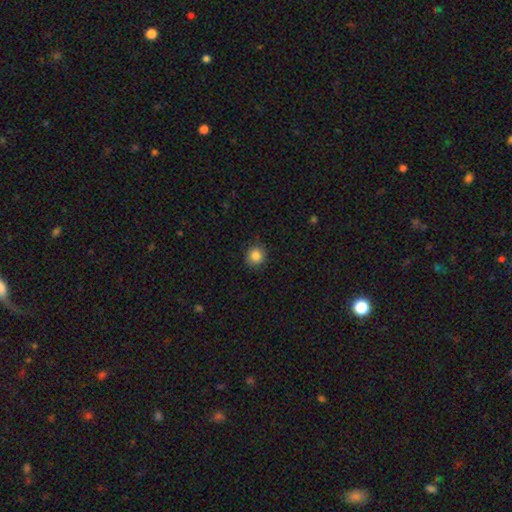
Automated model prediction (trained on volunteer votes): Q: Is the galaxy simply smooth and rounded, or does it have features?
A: smooth — 84%.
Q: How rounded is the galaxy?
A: round — 89%.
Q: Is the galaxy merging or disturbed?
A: none — 89%.